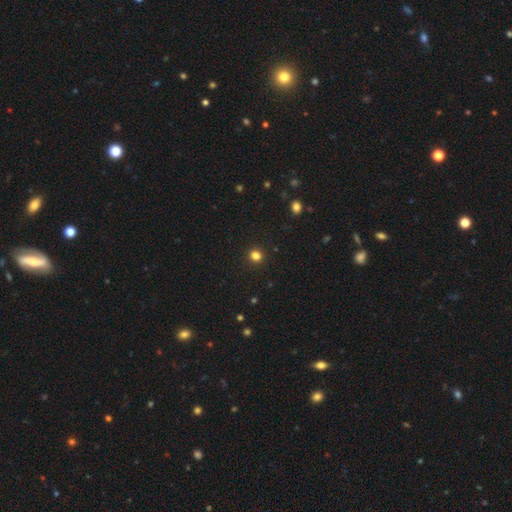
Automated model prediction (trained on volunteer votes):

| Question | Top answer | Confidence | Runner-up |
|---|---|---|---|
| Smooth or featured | smooth | 81% | star or artifact (15%) |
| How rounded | round | 89% | in between (10%) |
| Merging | none | 92% | minor disturbance (5%) |